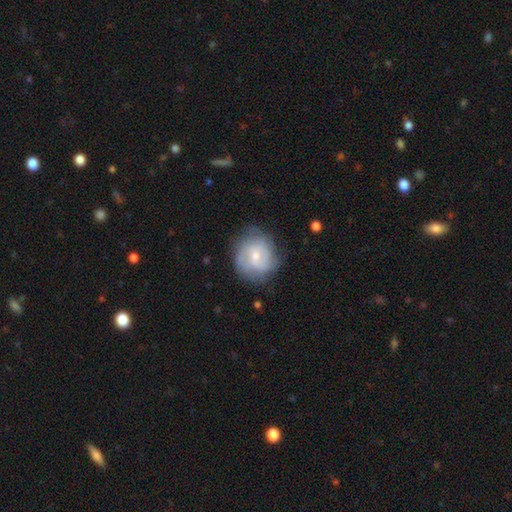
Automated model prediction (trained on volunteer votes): Smooth or featured? Predicted: featured or disk (p=0.63). Edge-on disk? Predicted: no (p=0.98). Bar? Predicted: no (p=0.54). Spiral arms? Predicted: yes (p=0.86). Spiral winding? Predicted: tight (p=0.47). Spiral arm count? Predicted: 2 (p=0.36). Bulge size? Predicted: small (p=0.57). Merging? Predicted: none (p=0.70).